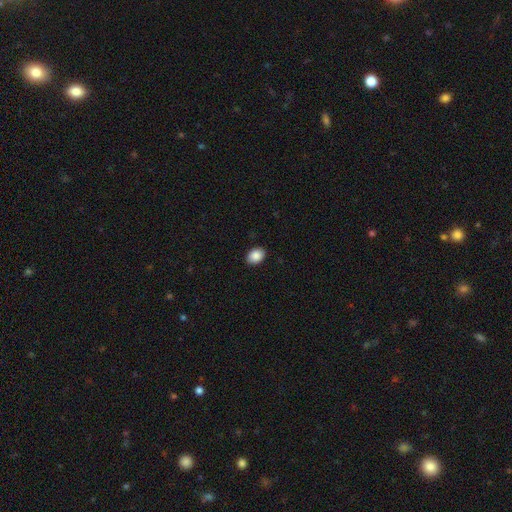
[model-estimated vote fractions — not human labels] smooth-or-featured: smooth: 89% | star or artifact: 7% | featured or disk: 4%
  how-rounded: in between: 76% | round: 23% | cigar-shaped: 1%
  merging: none: 89% | minor disturbance: 8% | major disturbance: 2% | merger: 1%